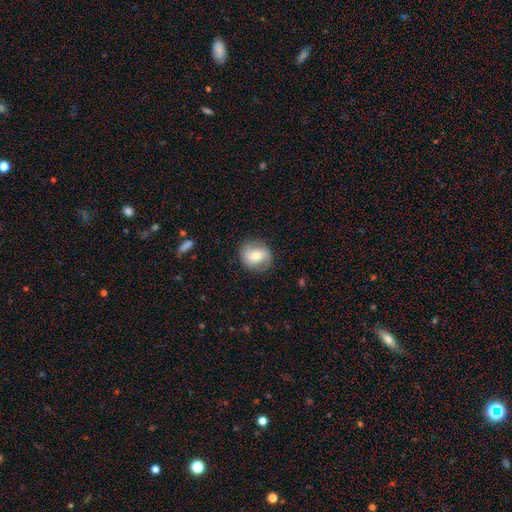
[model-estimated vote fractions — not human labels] Smooth or featured: featured or disk — 48% (smooth — 44%)
Merging: none — 80% (minor disturbance — 14%)